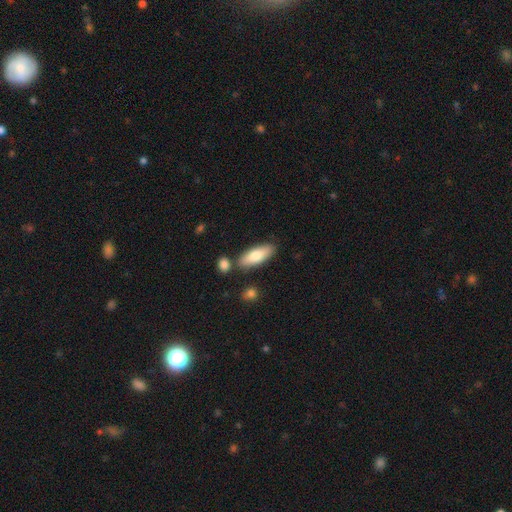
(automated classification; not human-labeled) Smooth or featured?
  - smooth: 76% *
  - featured or disk: 19%
  - star or artifact: 6%
How rounded?
  - in between: 66% *
  - cigar-shaped: 32%
  - round: 2%
Merging?
  - none: 79% *
  - minor disturbance: 11%
  - merger: 7%
  - major disturbance: 2%